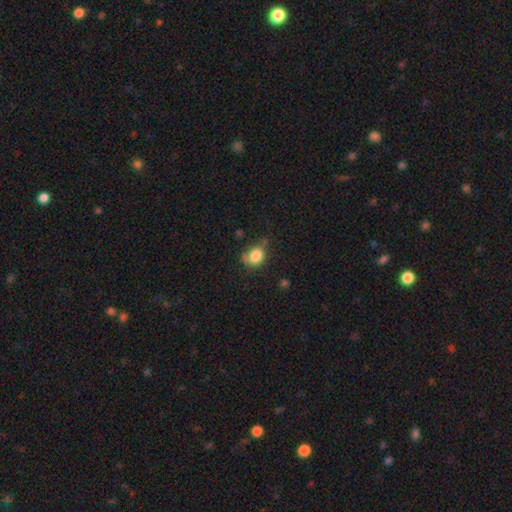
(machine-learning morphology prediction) The model was most divided on "how rounded": round: 58%, in between: 41%, cigar-shaped: 1%. More confident: smooth or featured — smooth (82%); merging — none (51%).